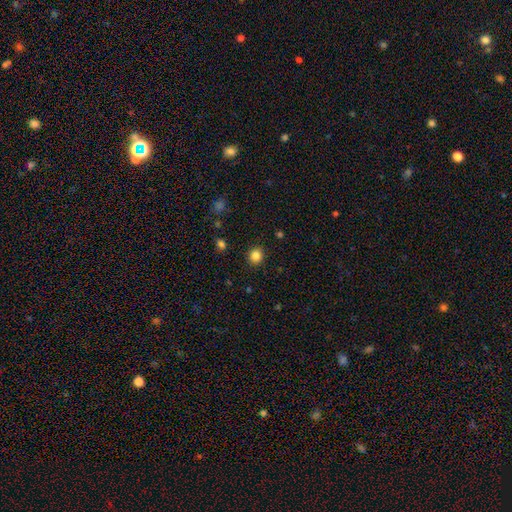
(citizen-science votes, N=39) A smooth galaxy with no disk features (87%) that is round (79%). Merging: none (95%).